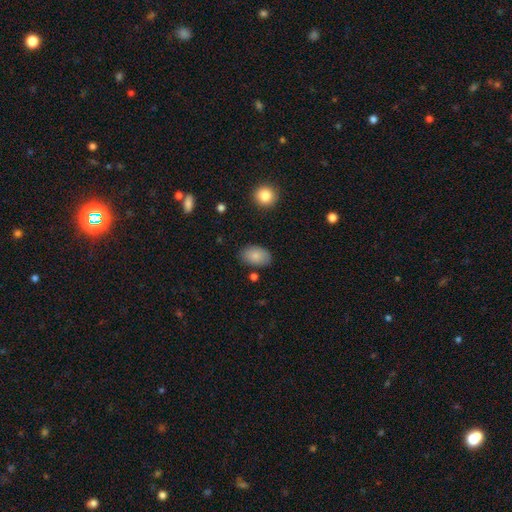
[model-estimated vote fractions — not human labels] smooth-or-featured: smooth: 85% | featured or disk: 8% | star or artifact: 7%
  how-rounded: in between: 89% | round: 10% | cigar-shaped: 1%
  merging: none: 80% | minor disturbance: 14% | major disturbance: 3% | merger: 2%